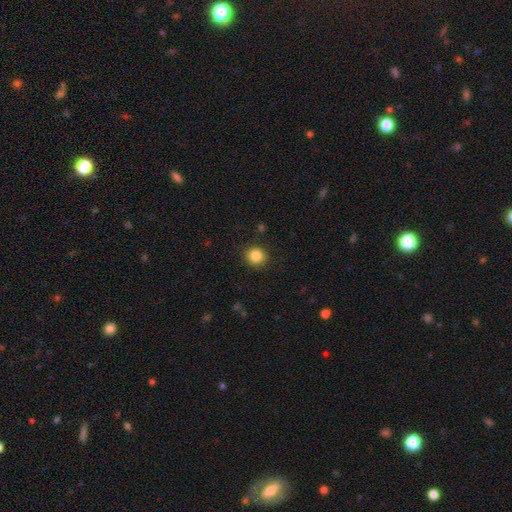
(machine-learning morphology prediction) A smooth galaxy with no disk features (85%) that is round (90%).

Vote fractions:
- Smooth or featured? smooth: 85% / star or artifact: 10% / featured or disk: 4%
- How rounded? round: 90% / in between: 9% / cigar-shaped: 1%
- Merging? none: 91% / minor disturbance: 6% / major disturbance: 2% / merger: 1%